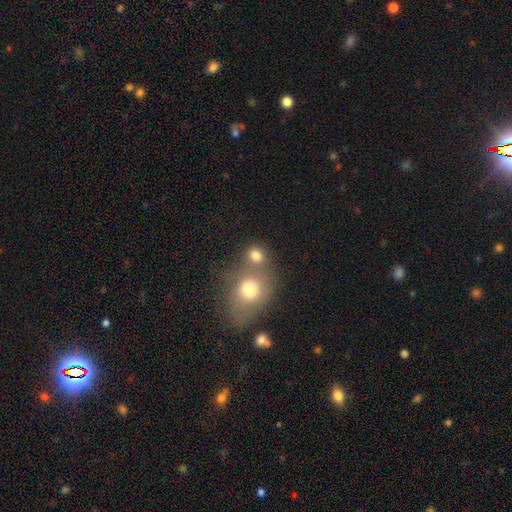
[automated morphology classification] Smooth or featured?
  - smooth: 79% *
  - star or artifact: 11%
  - featured or disk: 10%
How rounded?
  - round: 71% *
  - in between: 28%
  - cigar-shaped: 1%
Merging?
  - merger: 44% *
  - none: 42%
  - minor disturbance: 9%
  - major disturbance: 5%